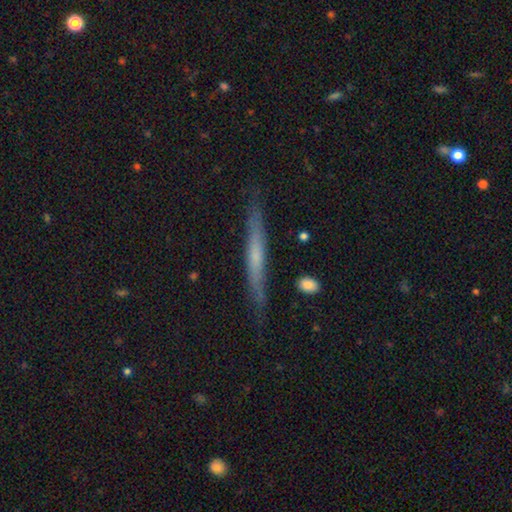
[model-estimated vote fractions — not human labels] smooth_or_featured: featured or disk (p=0.50) [alt: smooth p=0.43]
merging: none (p=0.81) [alt: minor disturbance p=0.14]